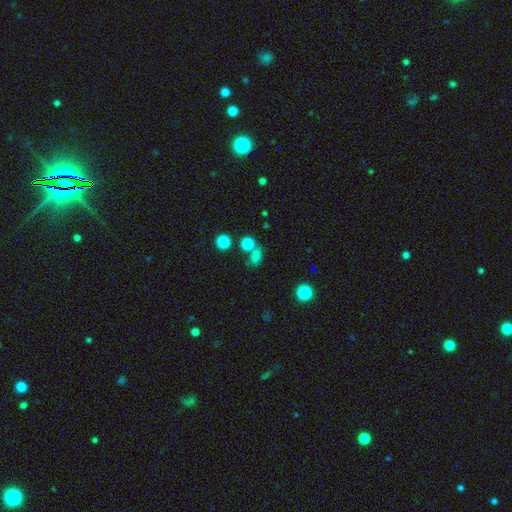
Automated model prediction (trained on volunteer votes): This is likely a smooth galaxy (75%). How rounded: possibly in between (52%). Merging: possibly none (54%).